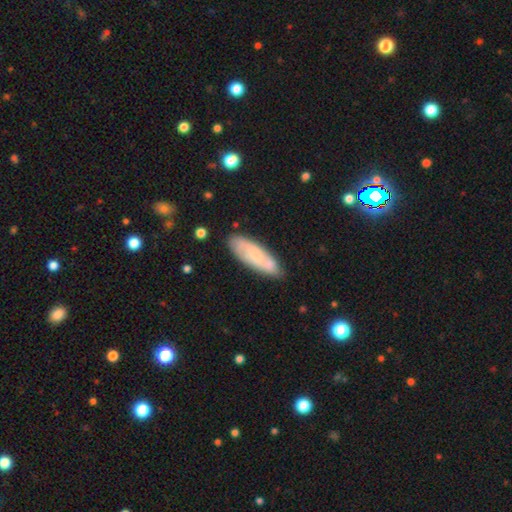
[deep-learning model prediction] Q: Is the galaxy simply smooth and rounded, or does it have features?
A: smooth — 55%.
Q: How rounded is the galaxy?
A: in between — 55%.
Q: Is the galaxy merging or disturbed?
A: none — 75%.